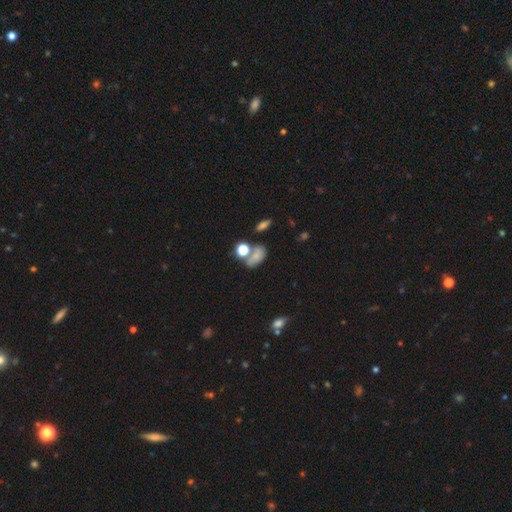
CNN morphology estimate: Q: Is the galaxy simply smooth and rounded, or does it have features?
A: smooth — 68%.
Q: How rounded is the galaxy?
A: in between — 69%.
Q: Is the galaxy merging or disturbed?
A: none — 37%.